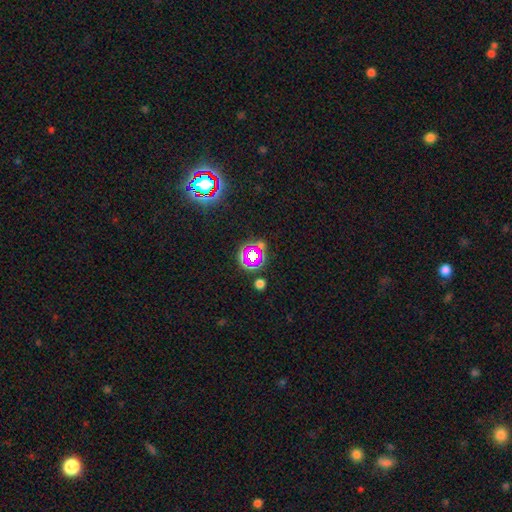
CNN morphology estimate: type=star or artifact (51%).